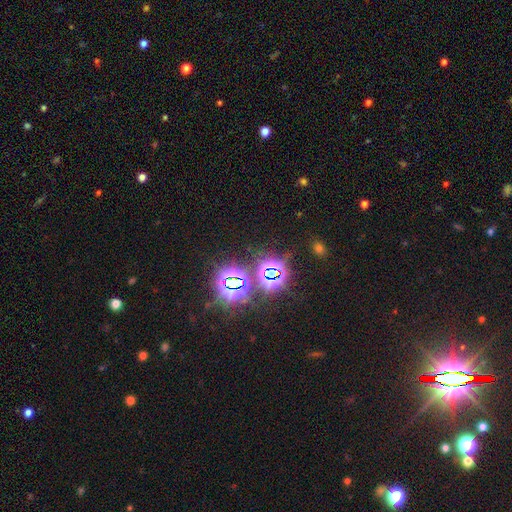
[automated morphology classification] star or artifact 76%, smooth 17%, featured or disk 7%.